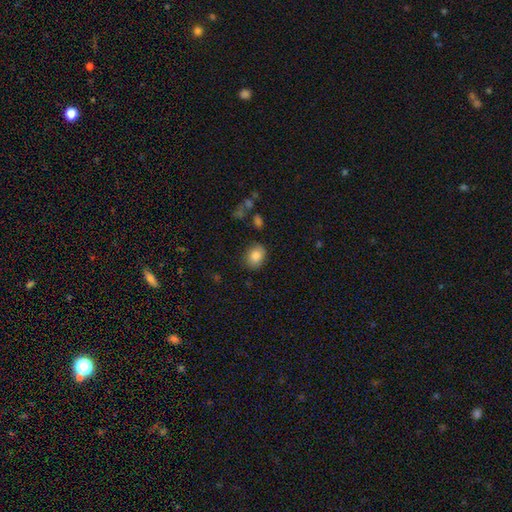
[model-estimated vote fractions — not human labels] Smooth or featured? Predicted: smooth (p=0.85). How rounded? Predicted: in between (p=0.51). Merging? Predicted: none (p=0.80).